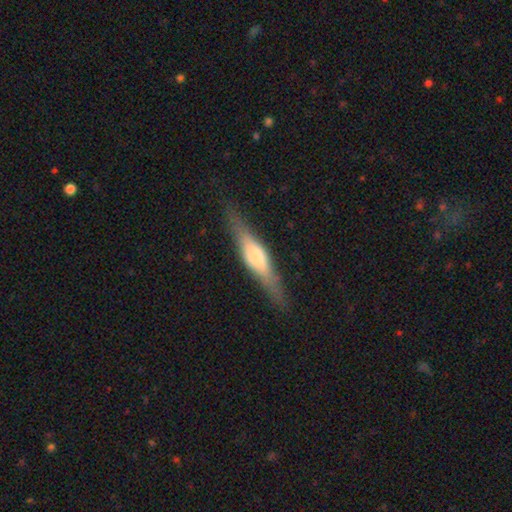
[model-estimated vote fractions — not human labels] smooth-or-featured: featured or disk: 63% | smooth: 31% | star or artifact: 7%
  disk-edge-on: yes: 95% | no: 5%
    edge-on-bulge: rounded: 56% | boxy: 35% | none: 9%
  merging: none: 84% | minor disturbance: 12% | major disturbance: 3% | merger: 1%